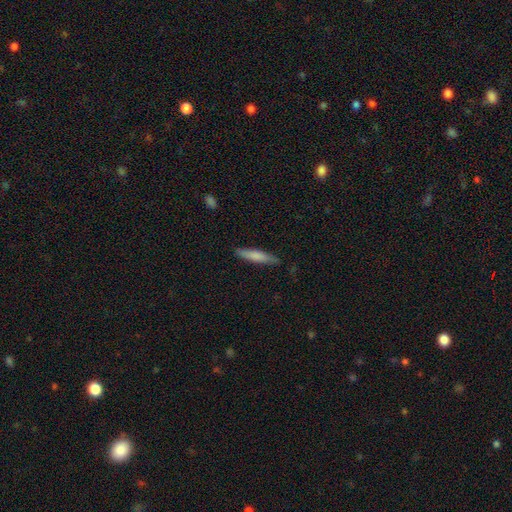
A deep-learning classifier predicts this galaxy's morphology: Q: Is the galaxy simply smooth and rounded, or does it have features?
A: smooth — 73%.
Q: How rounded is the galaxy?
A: cigar-shaped — 87%.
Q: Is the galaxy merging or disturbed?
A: none — 84%.